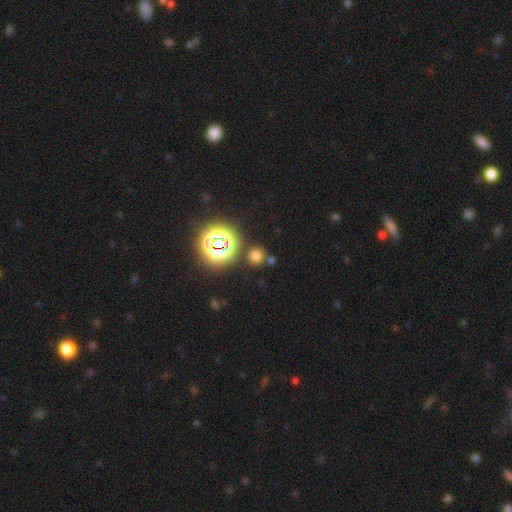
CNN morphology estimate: The model was most divided on "smooth or featured": smooth: 65%, star or artifact: 29%, featured or disk: 6%. More confident: how rounded — round (87%); merging — none (81%).